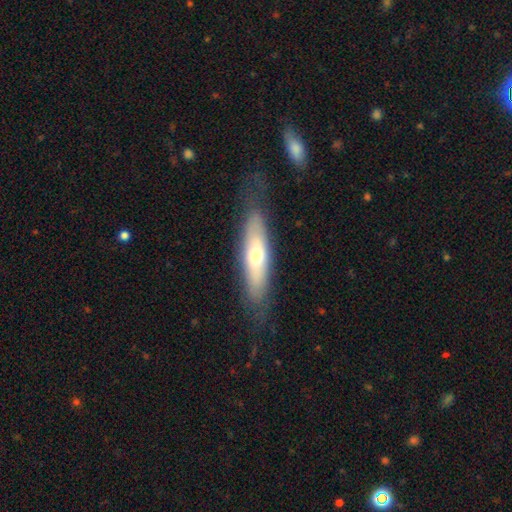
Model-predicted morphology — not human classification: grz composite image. It shows a smooth galaxy with no disk features (49%). Merging: none (72%).